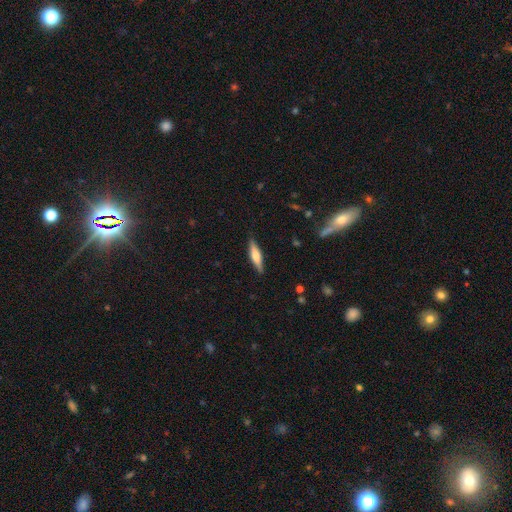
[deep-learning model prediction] A smooth galaxy with no disk features (49%). Merging: none (88%).